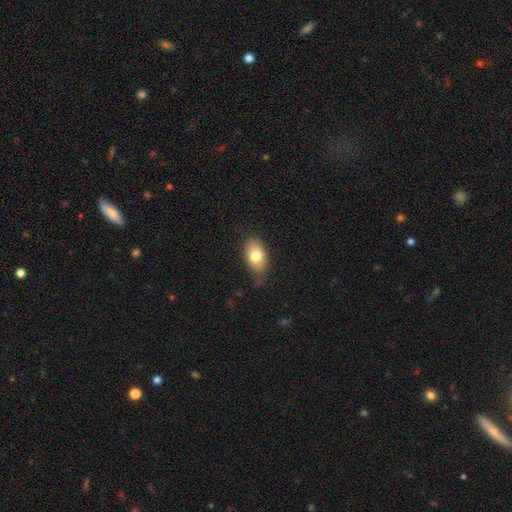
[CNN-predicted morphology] The model was most divided on "merging": none: 75%, minor disturbance: 19%, major disturbance: 4%, merger: 2%. More confident: how rounded — in between (88%); smooth or featured — smooth (77%).